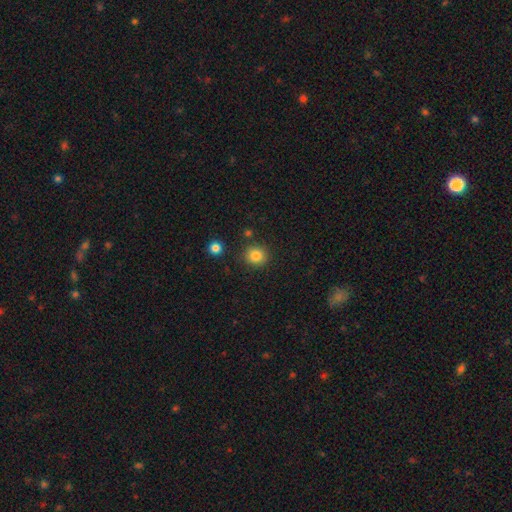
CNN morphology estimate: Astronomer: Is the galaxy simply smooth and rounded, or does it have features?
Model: smooth — 84%.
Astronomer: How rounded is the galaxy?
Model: round — 88%.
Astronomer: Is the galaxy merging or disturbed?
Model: none — 87%.